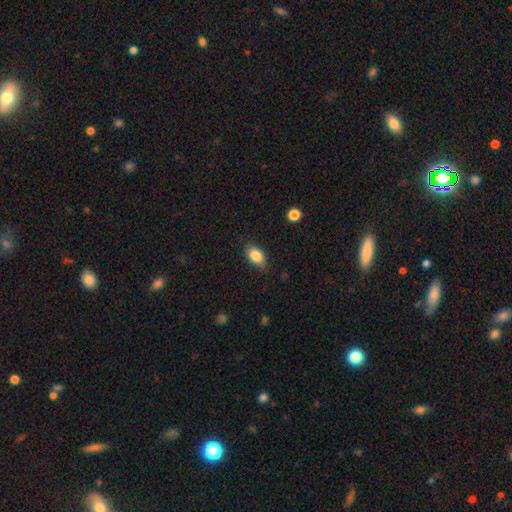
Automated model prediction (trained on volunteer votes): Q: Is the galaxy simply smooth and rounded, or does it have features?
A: smooth — 86%.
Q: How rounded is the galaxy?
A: in between — 86%.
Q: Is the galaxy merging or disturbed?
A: none — 78%.